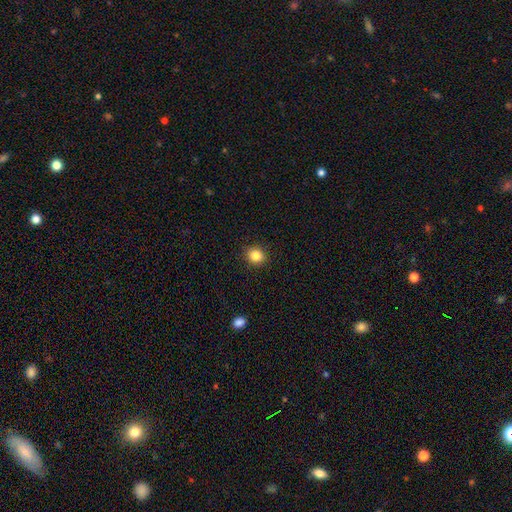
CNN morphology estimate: smooth_or_featured: smooth (p=0.85) [alt: star or artifact p=0.10]
how_rounded: round (p=0.76) [alt: in between p=0.23]
merging: none (p=0.91) [alt: minor disturbance p=0.06]